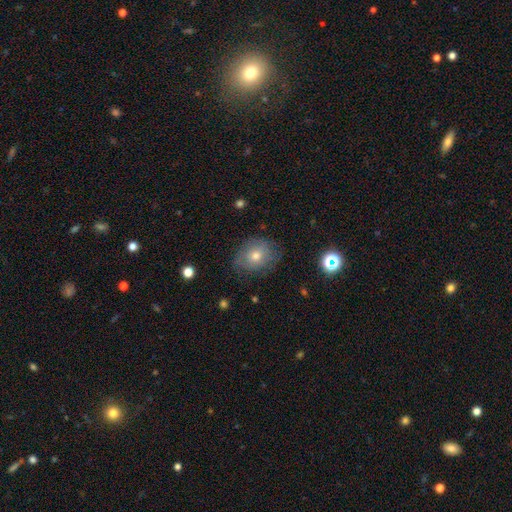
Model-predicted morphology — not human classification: smooth_or_featured: smooth (p=0.53) [alt: featured or disk p=0.33]
how_rounded: round (p=0.56) [alt: in between p=0.43]
merging: none (p=0.73) [alt: minor disturbance p=0.19]